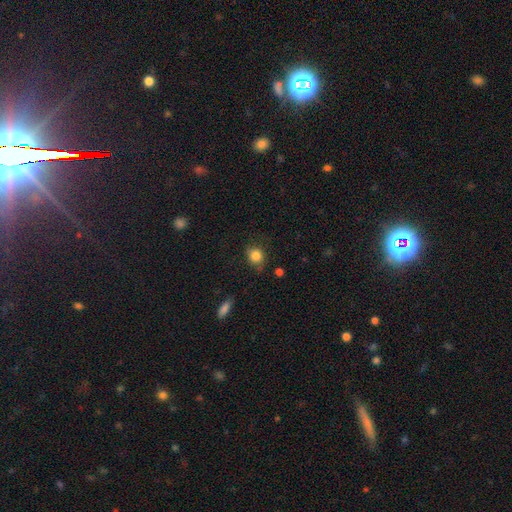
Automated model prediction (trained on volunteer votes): This appears to be a smooth galaxy with no disk features (83%) that is round (79%). Merging: none (72%).